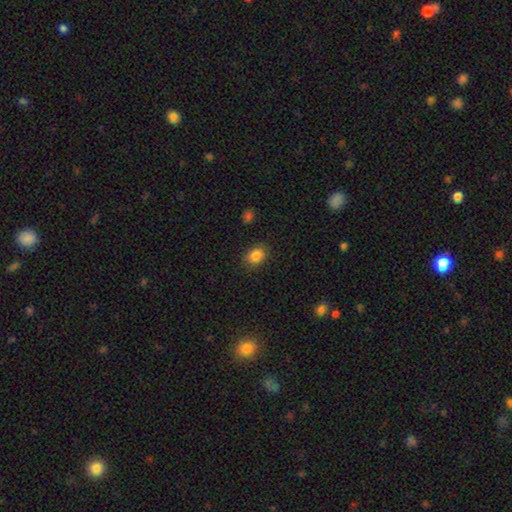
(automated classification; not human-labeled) A smooth galaxy with no disk features (86%) that is in between round and cigar-shaped (63%).

Vote fractions:
- Smooth or featured? smooth: 86% / star or artifact: 10% / featured or disk: 5%
- How rounded? in between: 63% / round: 36% / cigar-shaped: 1%
- Merging? none: 84% / minor disturbance: 11% / major disturbance: 3% / merger: 2%